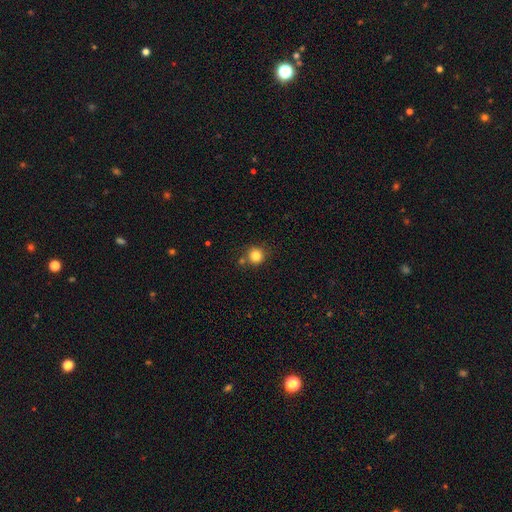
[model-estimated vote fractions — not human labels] smooth-or-featured: smooth: 83% | star or artifact: 11% | featured or disk: 6%
  how-rounded: round: 92% | in between: 7% | cigar-shaped: 1%
  merging: none: 77% | merger: 10% | minor disturbance: 10% | major disturbance: 3%